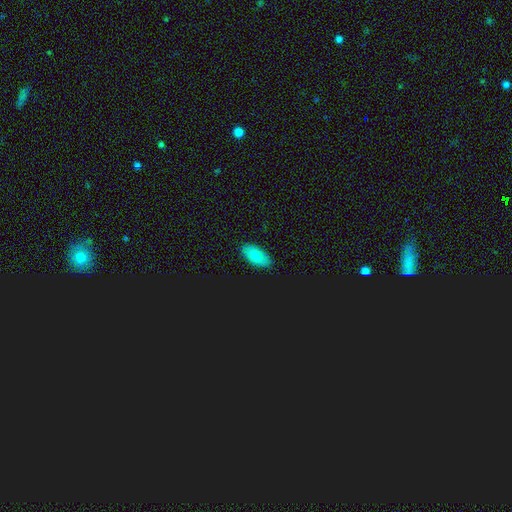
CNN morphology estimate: A smooth galaxy with no disk features (72%) that is in between round and cigar-shaped (92%). Merging: none (88%).